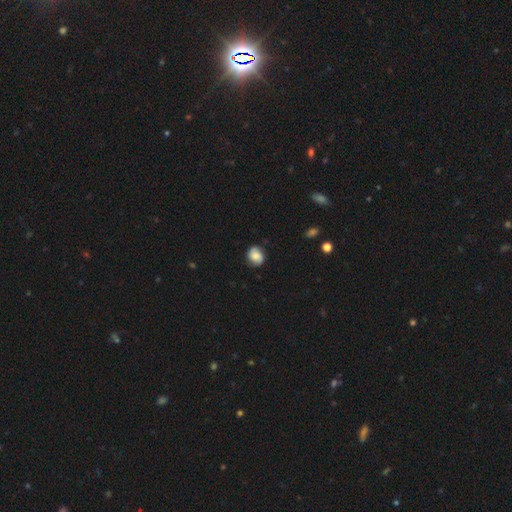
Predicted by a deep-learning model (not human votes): A smooth galaxy with no disk features (60%) that is round (62%).

Vote fractions:
- Smooth or featured? smooth: 60% / featured or disk: 31% / star or artifact: 9%
- How rounded? round: 62% / in between: 37% / cigar-shaped: 1%
- Merging? none: 80% / minor disturbance: 15% / major disturbance: 4% / merger: 1%